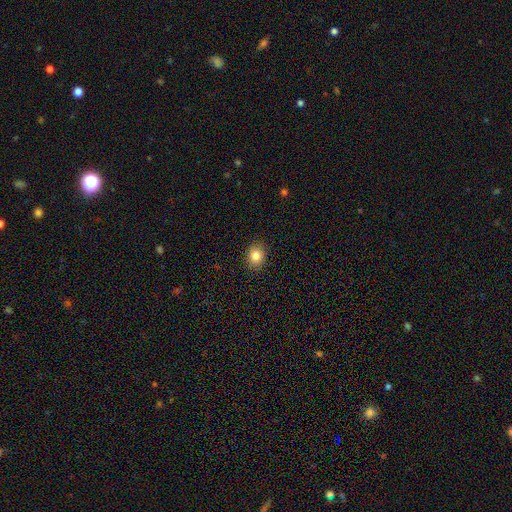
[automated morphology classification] smooth 82%, star or artifact 10%, featured or disk 7%. Down the decision tree: how rounded — round (62%); merging — none (90%).